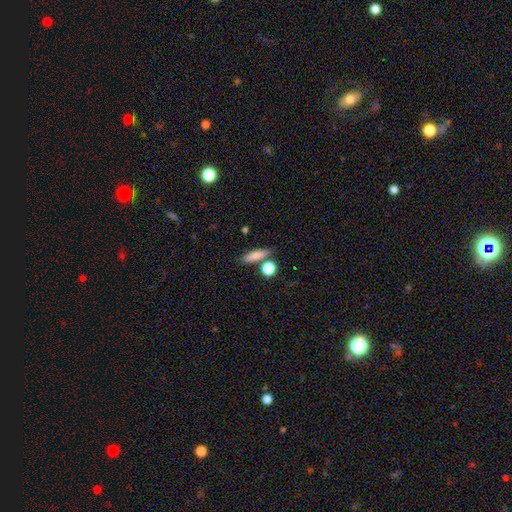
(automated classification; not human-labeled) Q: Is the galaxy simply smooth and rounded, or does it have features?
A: smooth — 80%.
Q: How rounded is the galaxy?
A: cigar-shaped — 53%.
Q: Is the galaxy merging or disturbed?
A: none — 72%.